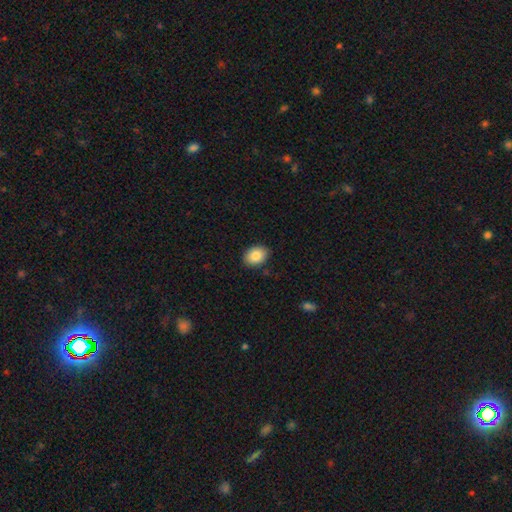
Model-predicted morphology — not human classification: This is clearly a smooth galaxy (85%). How rounded: likely in between (75%). Merging: clearly none (88%).